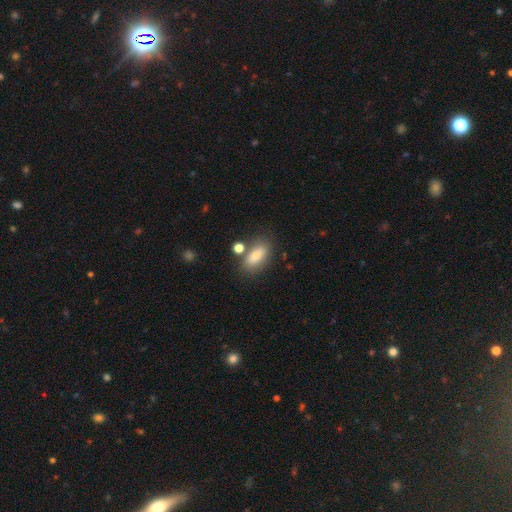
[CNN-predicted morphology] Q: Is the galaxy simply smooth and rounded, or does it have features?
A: smooth — 80%.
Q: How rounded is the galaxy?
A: in between — 84%.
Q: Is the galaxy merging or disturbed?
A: none — 70%.